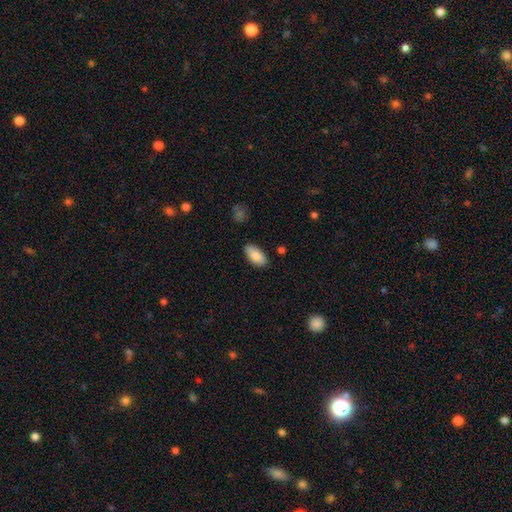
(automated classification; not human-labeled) This appears to be a smooth galaxy with no disk features (84%) that is in between round and cigar-shaped (93%). Merging: none (81%).